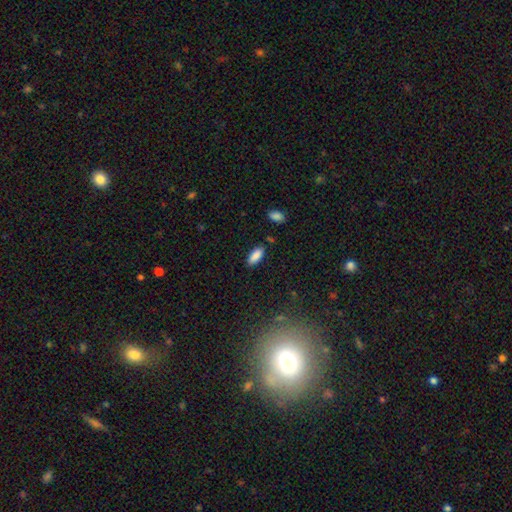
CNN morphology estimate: Smooth or featured?
  - smooth: 87% *
  - star or artifact: 7%
  - featured or disk: 6%
How rounded?
  - in between: 80% *
  - cigar-shaped: 18%
  - round: 2%
Merging?
  - none: 83% *
  - minor disturbance: 12%
  - merger: 2%
  - major disturbance: 2%